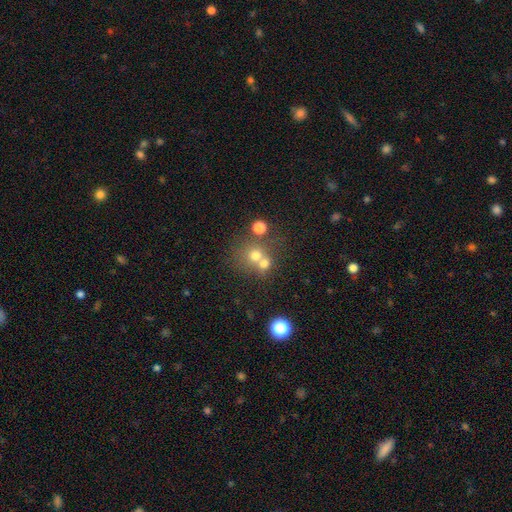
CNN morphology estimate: A smooth galaxy with no disk features (66%) that is round (83%).

Vote fractions:
- Smooth or featured? smooth: 66% / star or artifact: 18% / featured or disk: 16%
- How rounded? round: 83% / in between: 16% / cigar-shaped: 1%
- Merging? merger: 48% / none: 42% / minor disturbance: 7% / major disturbance: 4%